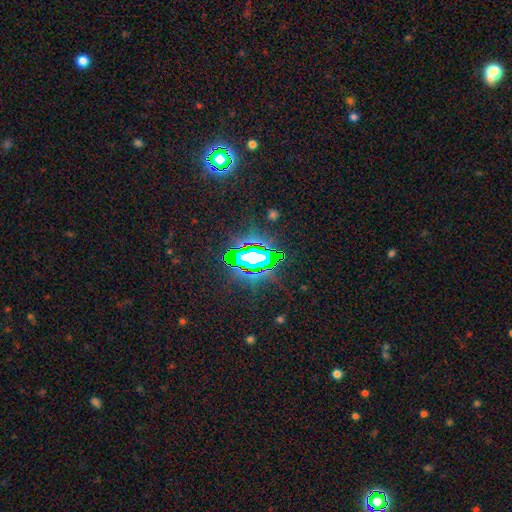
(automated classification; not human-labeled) Morphology: type=star or artifact (75%).